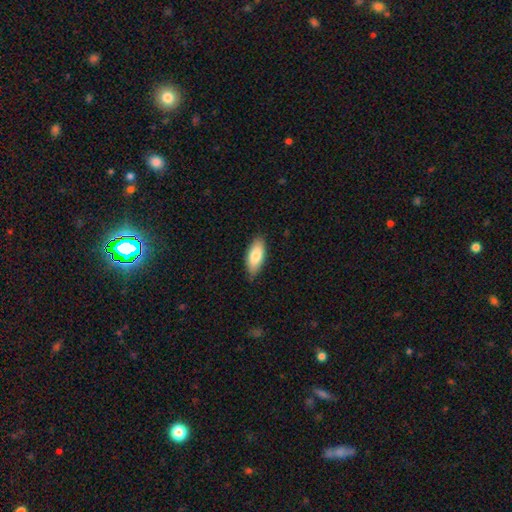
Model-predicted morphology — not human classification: The model was most divided on "merging": none: 82%, minor disturbance: 15%, major disturbance: 2%, merger: 1%. More confident: how rounded — in between (83%); smooth or featured — smooth (81%).